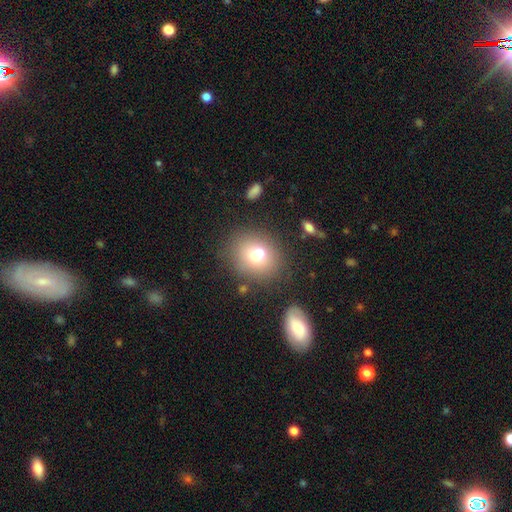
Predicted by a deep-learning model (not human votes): smooth-or-featured: smooth: 68% | featured or disk: 18% | star or artifact: 13%
  how-rounded: round: 74% | in between: 25% | cigar-shaped: 1%
  merging: none: 61% | merger: 21% | minor disturbance: 12% | major disturbance: 6%